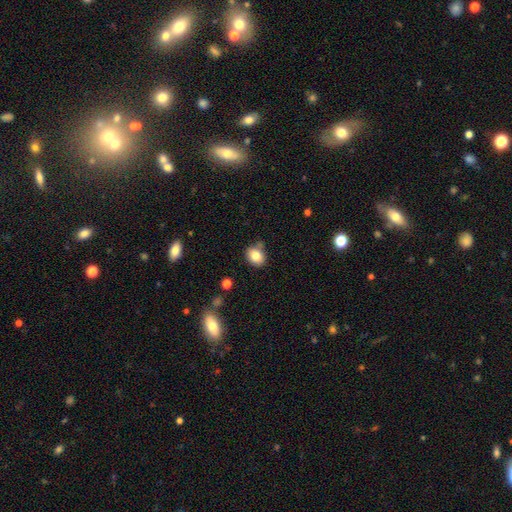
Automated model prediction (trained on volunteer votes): A smooth galaxy with no disk features (82%) that is round (52%).

Vote fractions:
- Smooth or featured? smooth: 82% / star or artifact: 10% / featured or disk: 8%
- How rounded? round: 52% / in between: 47% / cigar-shaped: 1%
- Merging? none: 76% / minor disturbance: 14% / merger: 7% / major disturbance: 3%